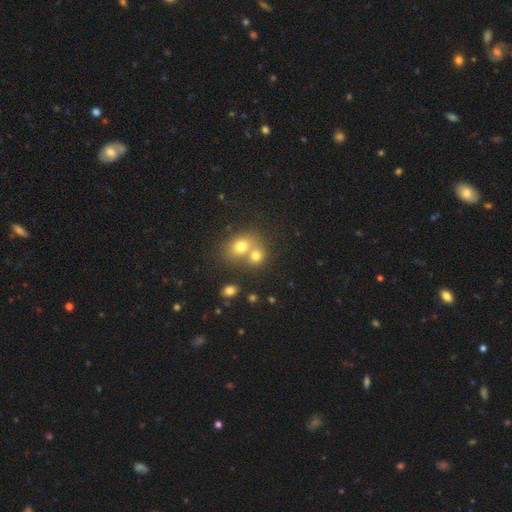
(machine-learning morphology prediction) smooth_or_featured: smooth (p=0.73) [alt: featured or disk p=0.14]
how_rounded: round (p=0.62) [alt: in between p=0.37]
merging: merger (p=0.55) [alt: none p=0.34]